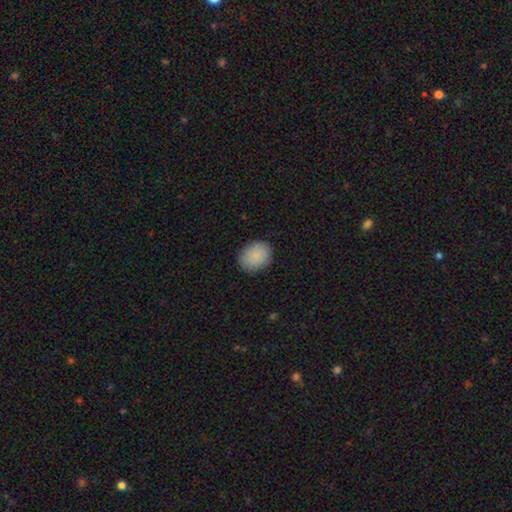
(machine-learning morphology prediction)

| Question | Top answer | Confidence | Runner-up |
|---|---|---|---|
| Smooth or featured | smooth | 88% | star or artifact (7%) |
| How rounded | round | 51% | in between (48%) |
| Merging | none | 87% | minor disturbance (10%) |